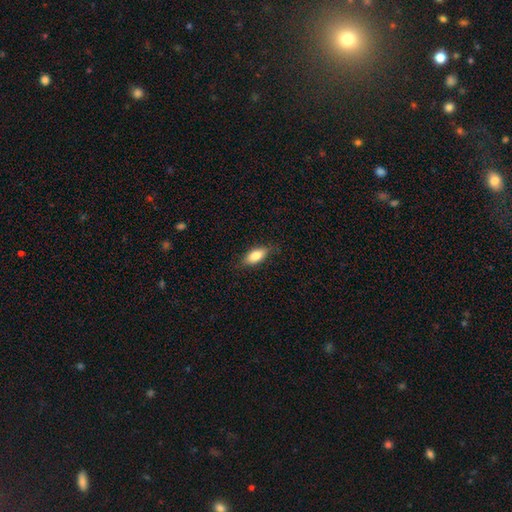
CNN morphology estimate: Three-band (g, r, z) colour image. It shows a smooth galaxy with no disk features (81%) that is in between round and cigar-shaped (83%). Merging: none (81%).